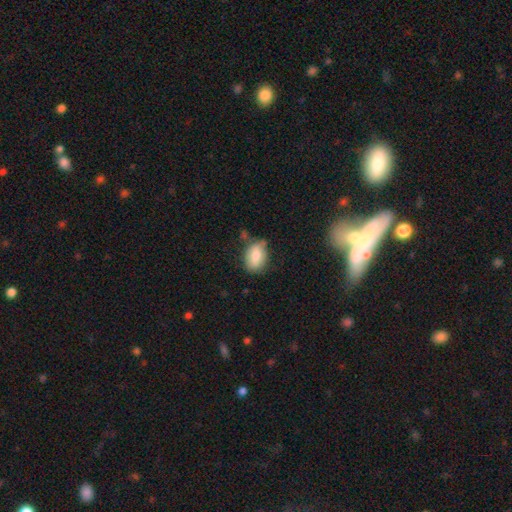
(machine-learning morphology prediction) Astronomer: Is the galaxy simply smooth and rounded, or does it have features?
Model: smooth — 79%.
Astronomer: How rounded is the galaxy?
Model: in between — 81%.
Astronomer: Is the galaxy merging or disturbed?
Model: none — 60%.